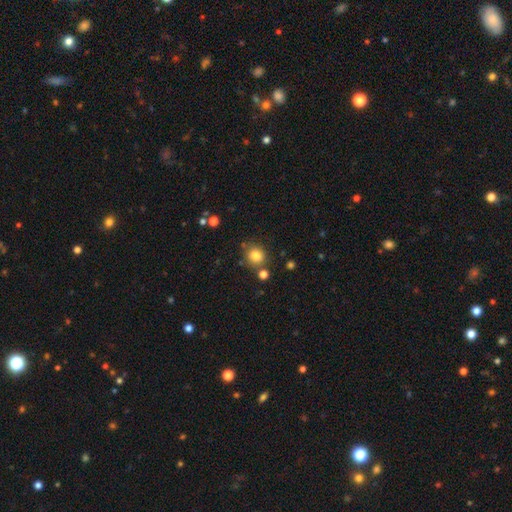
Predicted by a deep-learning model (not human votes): A smooth galaxy with no disk features (82%) that is round (84%). Merging: none (77%).